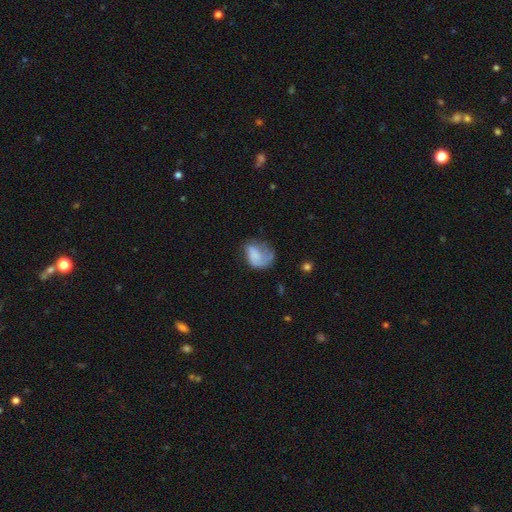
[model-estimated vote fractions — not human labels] Smooth or featured? Predicted: smooth (p=0.49). Merging? Predicted: major disturbance (p=0.37).